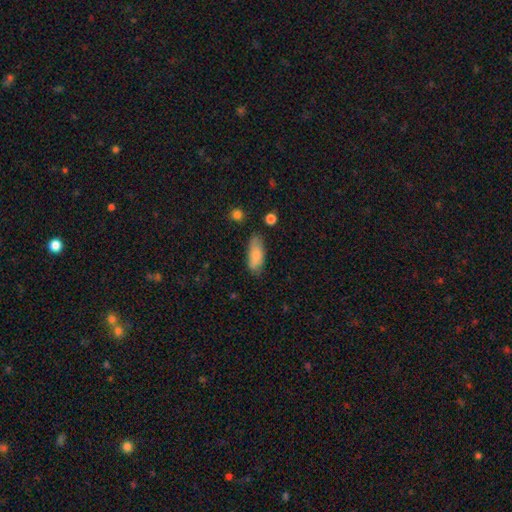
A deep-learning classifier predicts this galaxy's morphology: smooth 84%, featured or disk 9%, star or artifact 7%. Down the decision tree: how rounded — in between (76%); merging — none (72%).